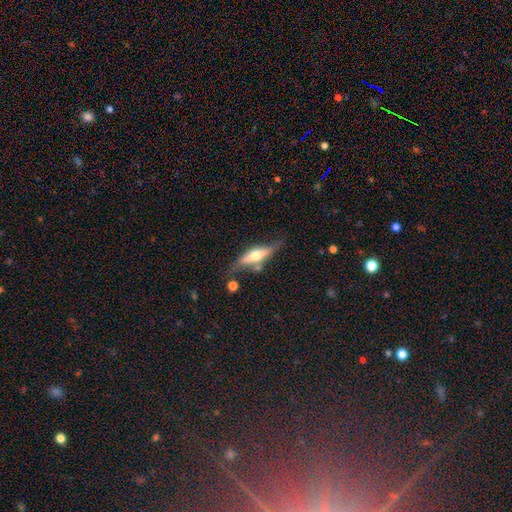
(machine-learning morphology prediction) A featured or disk galaxy (63%) viewed edge-on (85%) with a rounded central bulge (92%). Merging: none (62%).